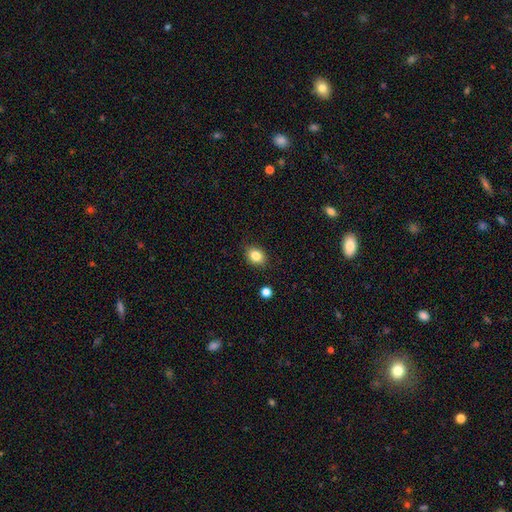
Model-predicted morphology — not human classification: The model was most divided on "how rounded": in between: 57%, round: 42%, cigar-shaped: 1%. More confident: merging — none (87%); smooth or featured — smooth (84%).